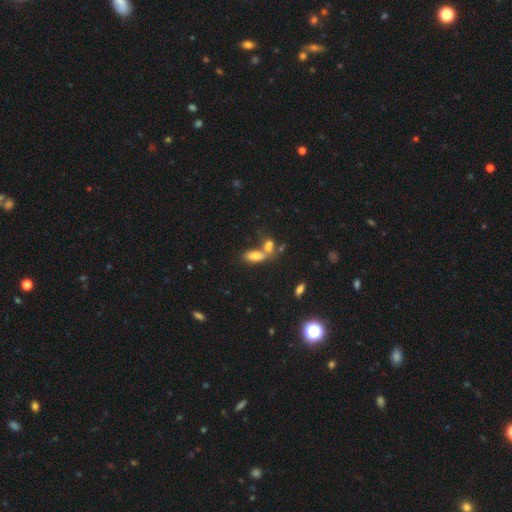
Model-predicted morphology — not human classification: Overall: smooth (74%). How rounded: in between (83%). Merging: merger (47%; none 37%).